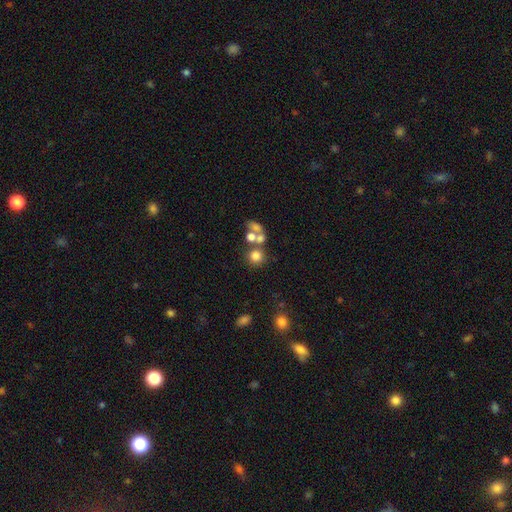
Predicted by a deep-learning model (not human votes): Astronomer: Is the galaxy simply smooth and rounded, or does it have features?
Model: smooth — 70%.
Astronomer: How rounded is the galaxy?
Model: round — 83%.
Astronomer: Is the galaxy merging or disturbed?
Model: none — 46% (runner-up: merger, 38%).